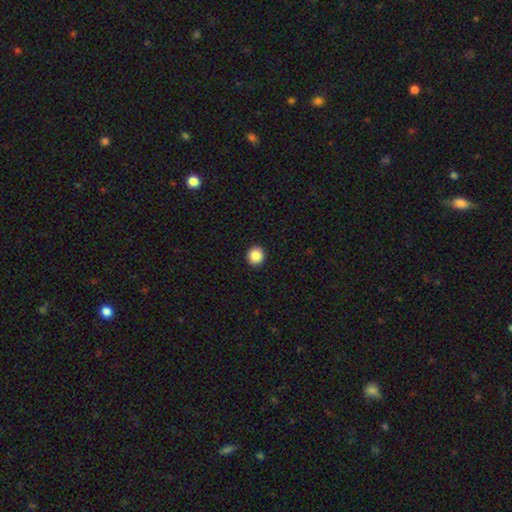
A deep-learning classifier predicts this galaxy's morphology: This appears to be a smooth galaxy with no disk features (87%) that is round (94%). Merging: none (94%).